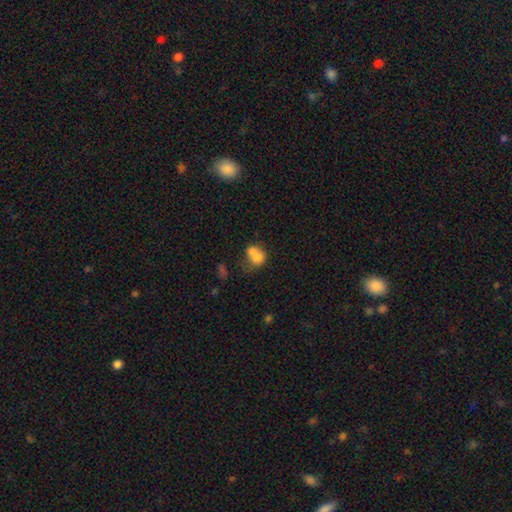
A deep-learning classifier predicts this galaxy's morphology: Smooth or featured? Predicted: smooth (p=0.70). How rounded? Predicted: round (p=0.49, tied with in between). Merging? Predicted: merger (p=0.59).